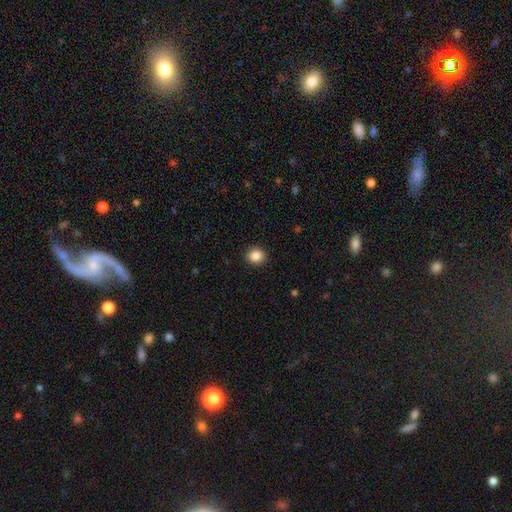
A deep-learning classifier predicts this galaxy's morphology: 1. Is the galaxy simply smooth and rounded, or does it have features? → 87% smooth, 9% star or artifact, 4% featured or disk.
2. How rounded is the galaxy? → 81% round, 18% in between, 1% cigar-shaped.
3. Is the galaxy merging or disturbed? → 92% none, 5% minor disturbance, 2% major disturbance, 1% merger.